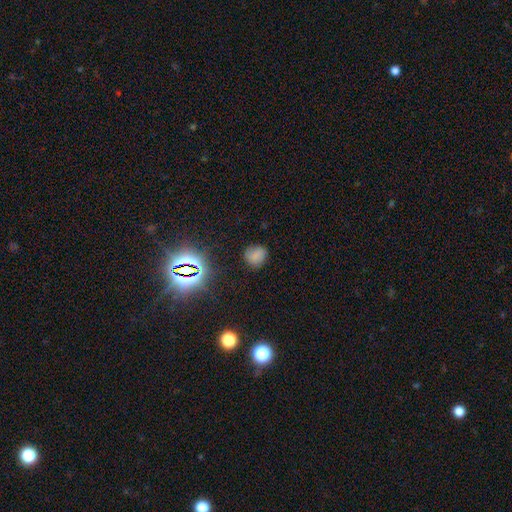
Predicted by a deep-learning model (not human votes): smooth_or_featured: smooth (p=0.72) [alt: star or artifact p=0.20]
how_rounded: round (p=0.71) [alt: in between p=0.28]
merging: none (p=0.79) [alt: minor disturbance p=0.15]